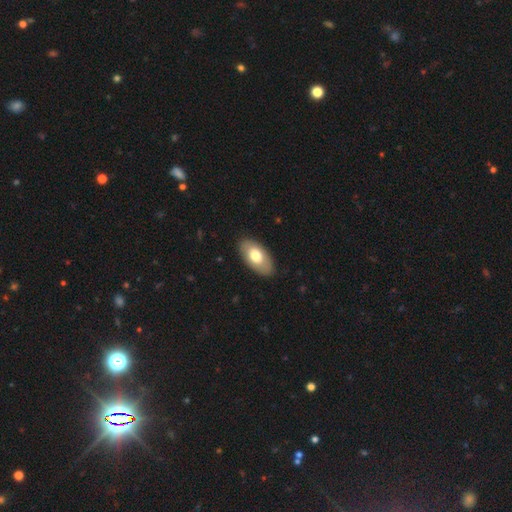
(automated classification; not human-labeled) This is likely a smooth galaxy (70%). How rounded: clearly in between (94%). Merging: clearly none (88%).